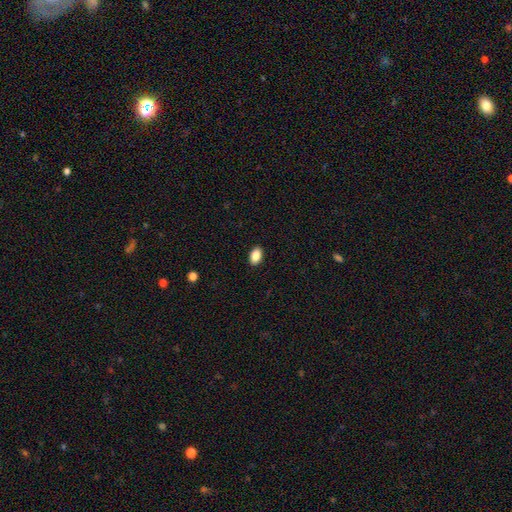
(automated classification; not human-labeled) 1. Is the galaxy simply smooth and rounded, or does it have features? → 87% smooth, 8% star or artifact, 5% featured or disk.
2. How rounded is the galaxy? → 91% in between, 8% round, 2% cigar-shaped.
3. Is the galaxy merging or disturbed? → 90% none, 7% minor disturbance, 2% major disturbance, 1% merger.